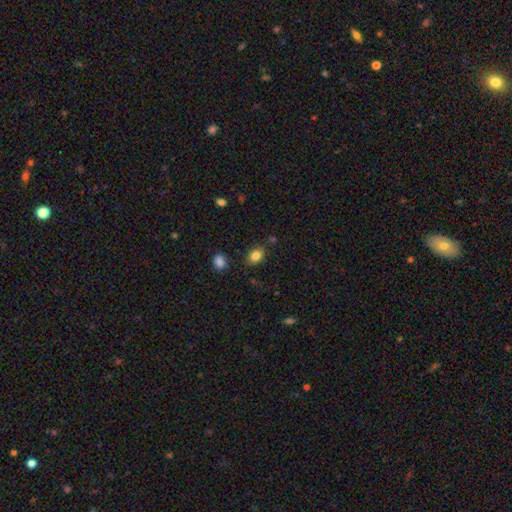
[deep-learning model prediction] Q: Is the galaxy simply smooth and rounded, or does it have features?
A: smooth — 84%.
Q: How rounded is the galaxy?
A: in between — 75%.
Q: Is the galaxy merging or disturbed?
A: none — 81%.